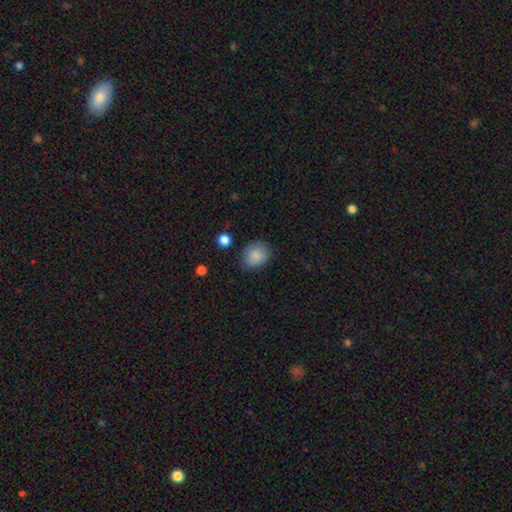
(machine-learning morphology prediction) smooth_or_featured: smooth (p=0.87) [alt: star or artifact p=0.08]
how_rounded: round (p=0.56) [alt: in between p=0.43]
merging: none (p=0.78) [alt: minor disturbance p=0.16]